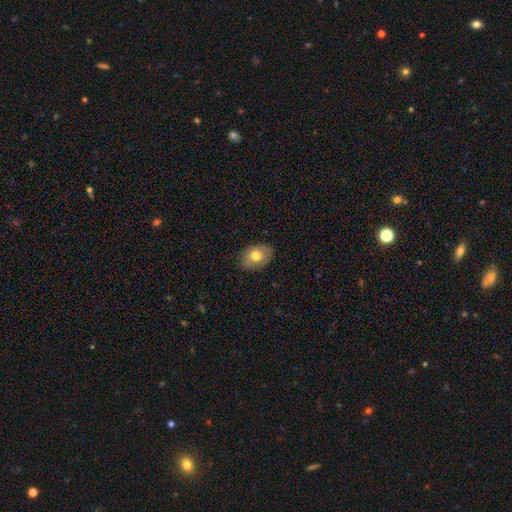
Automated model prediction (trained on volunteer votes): smooth-or-featured: smooth: 69% | featured or disk: 24% | star or artifact: 7%
  how-rounded: in between: 75% | round: 24% | cigar-shaped: 1%
  merging: none: 82% | minor disturbance: 14% | major disturbance: 3% | merger: 1%